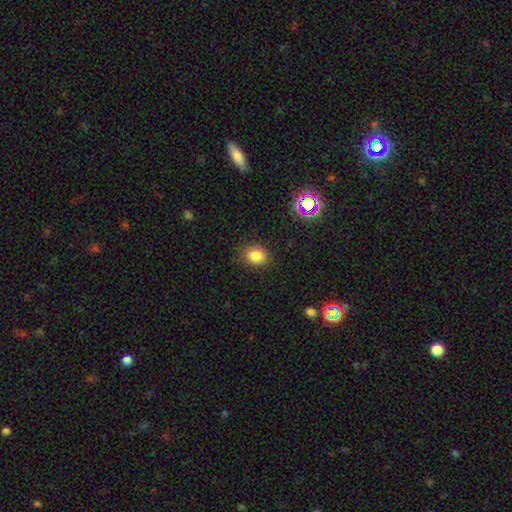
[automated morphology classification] smooth-or-featured: smooth: 81% | star or artifact: 13% | featured or disk: 6%
  how-rounded: in between: 52% | round: 47% | cigar-shaped: 1%
  merging: none: 85% | minor disturbance: 11% | major disturbance: 3% | merger: 1%